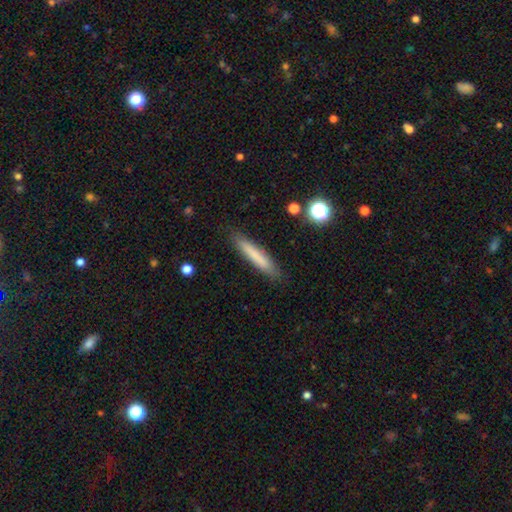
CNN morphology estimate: This appears to be a smooth galaxy with no disk features (76%) that is cigar-shaped (93%). Merging: none (88%).